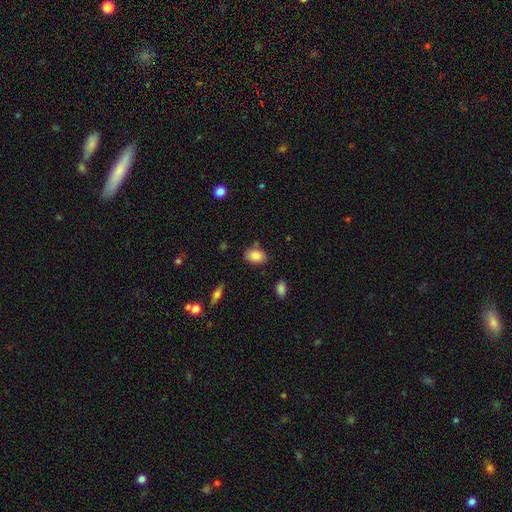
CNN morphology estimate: Smooth or featured? smooth (86%)
How rounded? in between (86%)
Merging? none (75%)